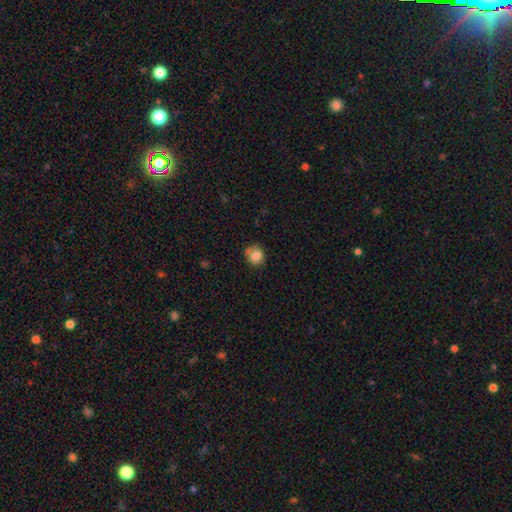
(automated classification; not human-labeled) A smooth galaxy with no disk features (80%) that is round (73%).

Vote fractions:
- Smooth or featured? smooth: 80% / featured or disk: 11% / star or artifact: 10%
- How rounded? round: 73% / in between: 26% / cigar-shaped: 1%
- Merging? none: 60% / minor disturbance: 26% / merger: 8% / major disturbance: 7%